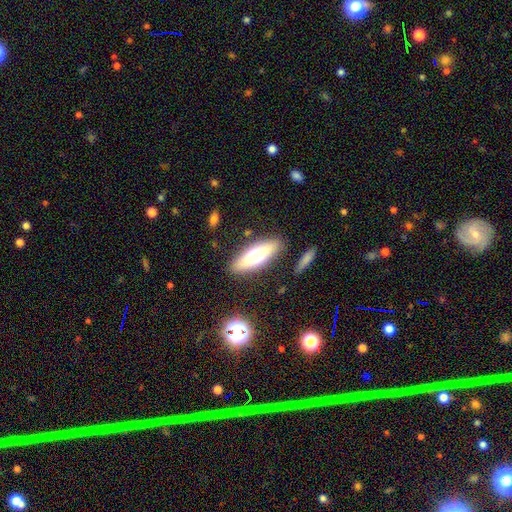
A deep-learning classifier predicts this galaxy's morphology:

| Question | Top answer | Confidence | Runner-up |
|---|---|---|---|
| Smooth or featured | smooth | 69% | featured or disk (24%) |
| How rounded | in between | 54% | cigar-shaped (44%) |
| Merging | none | 84% | minor disturbance (10%) |